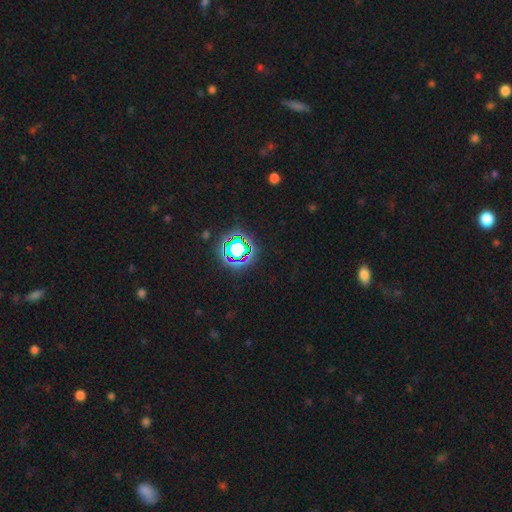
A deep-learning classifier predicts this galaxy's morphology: Smooth or featured? star or artifact (77%)